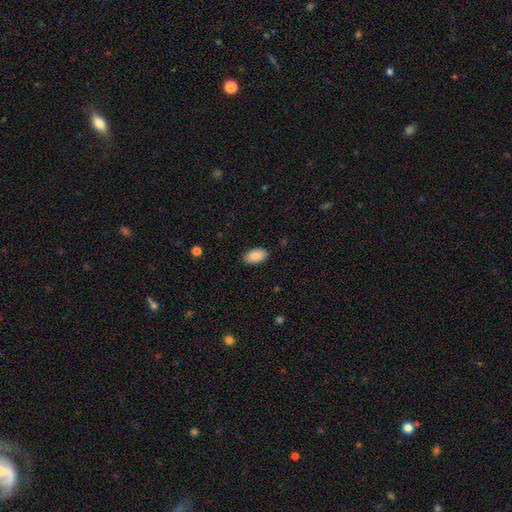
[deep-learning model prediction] A smooth galaxy with no disk features (90%) that is in between round and cigar-shaped (95%). Merging: none (88%).